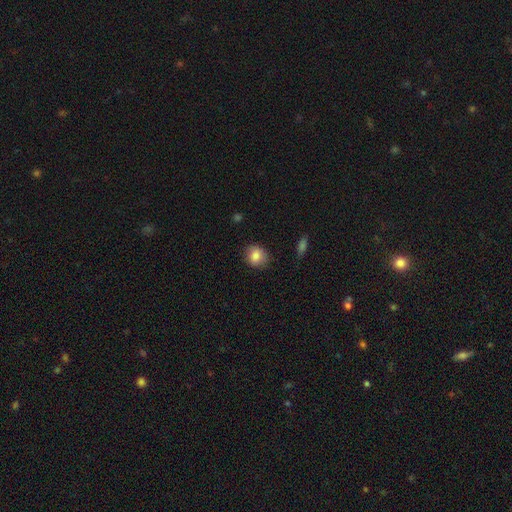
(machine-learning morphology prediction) Overall: smooth (84%). How rounded: round (72%). Merging: none (84%).